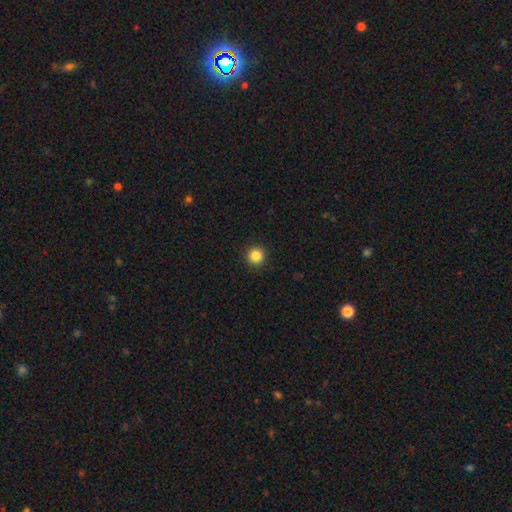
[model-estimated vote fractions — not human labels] This is clearly a smooth galaxy (86%). How rounded: clearly round (95%). Merging: clearly none (93%).